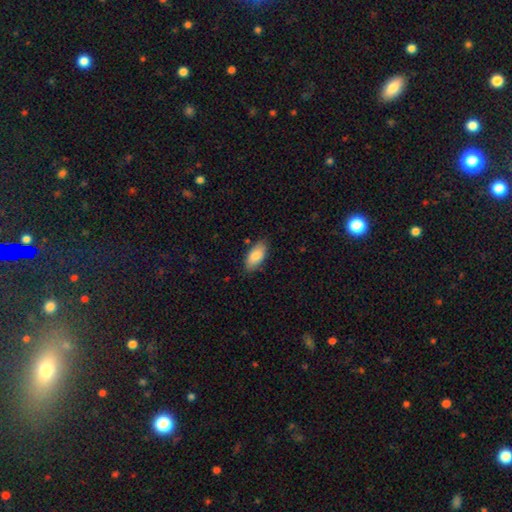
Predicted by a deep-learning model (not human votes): smooth_or_featured: smooth (p=0.85) [alt: featured or disk p=0.09]
how_rounded: in between (p=0.91) [alt: cigar-shaped p=0.07]
merging: none (p=0.82) [alt: minor disturbance p=0.14]